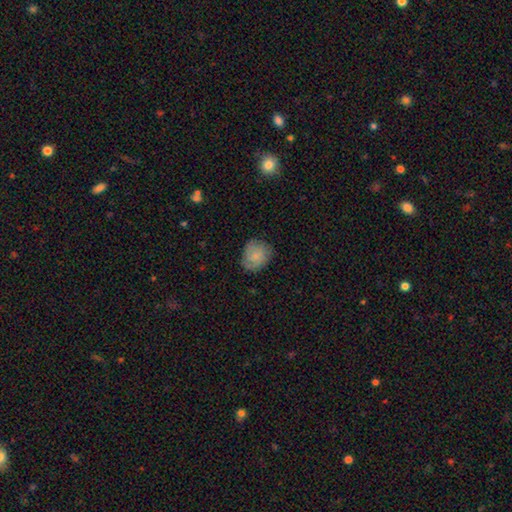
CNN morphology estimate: A smooth galaxy with no disk features (69%) that is round (68%). Merging: none (72%).